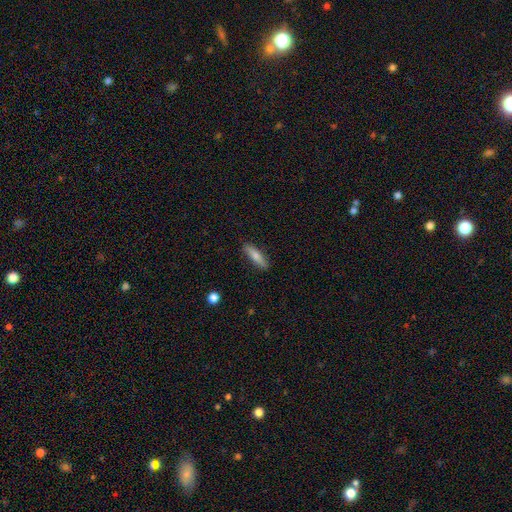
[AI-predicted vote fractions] This appears to be a smooth galaxy with no disk features (71%) that is cigar-shaped (67%). Merging: none (87%).